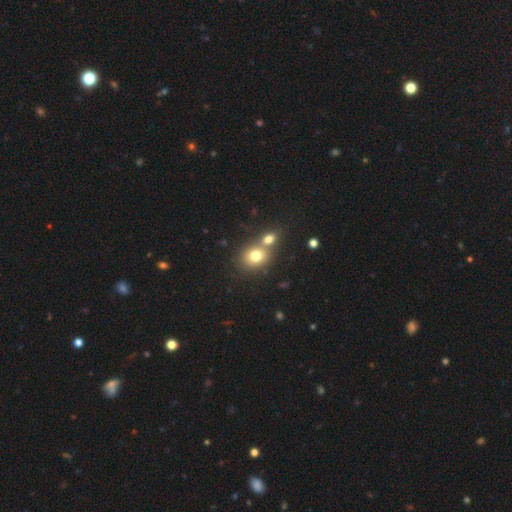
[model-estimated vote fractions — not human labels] Q: Smooth or featured?
A: smooth (76%); runner-up: featured or disk (12%)
Q: How rounded?
A: round (59%); runner-up: in between (40%)
Q: Merging?
A: merger (47%); runner-up: none (42%)